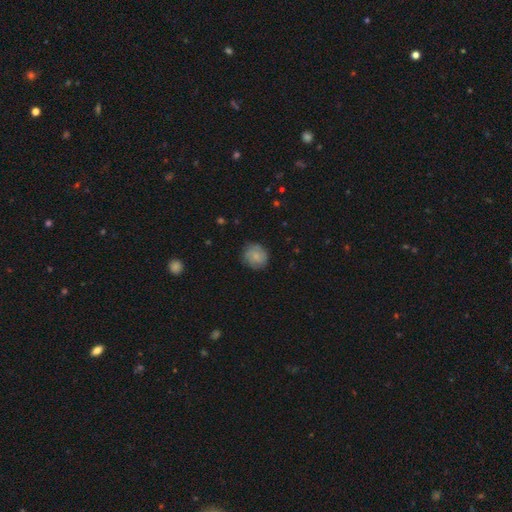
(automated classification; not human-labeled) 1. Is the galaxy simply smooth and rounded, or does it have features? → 72% smooth, 20% featured or disk, 8% star or artifact.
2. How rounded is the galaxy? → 83% round, 16% in between, 1% cigar-shaped.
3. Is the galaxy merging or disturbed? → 78% none, 17% minor disturbance, 4% major disturbance, 1% merger.